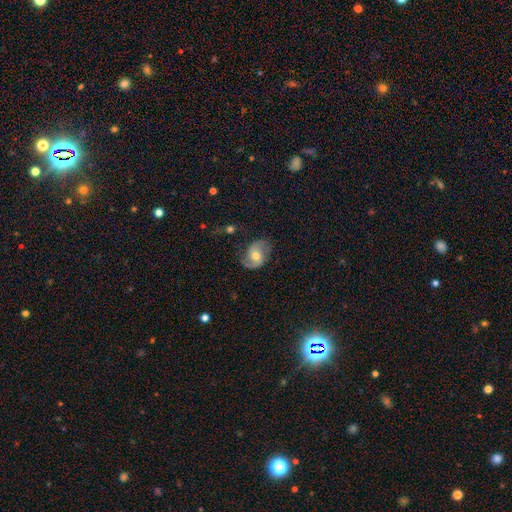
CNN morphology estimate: This appears to be a featured or disk galaxy (72%) with no bar (61%), 2 (82%) medium (45%) spiral arms (92%) and a moderate central bulge (68%). Merging: none (68%).